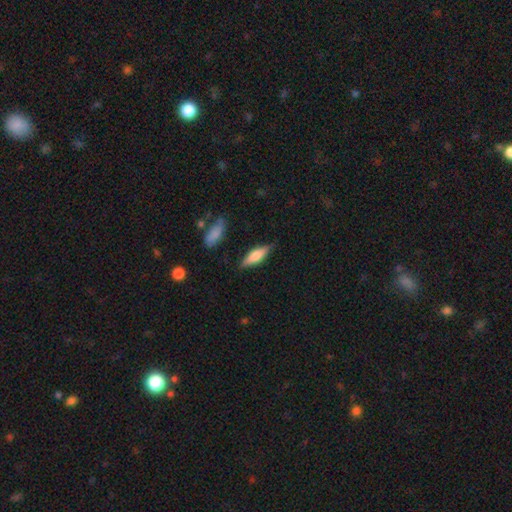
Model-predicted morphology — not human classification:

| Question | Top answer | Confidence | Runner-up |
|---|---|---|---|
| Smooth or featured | smooth | 59% | featured or disk (35%) |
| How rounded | cigar-shaped | 53% | in between (45%) |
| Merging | none | 83% | minor disturbance (13%) |